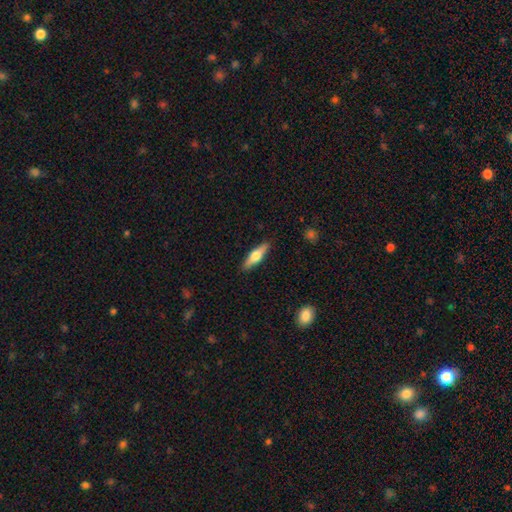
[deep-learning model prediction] smooth_or_featured: smooth (p=0.53) [alt: featured or disk p=0.41]
how_rounded: cigar-shaped (p=0.63) [alt: in between p=0.34]
merging: none (p=0.89) [alt: minor disturbance p=0.08]